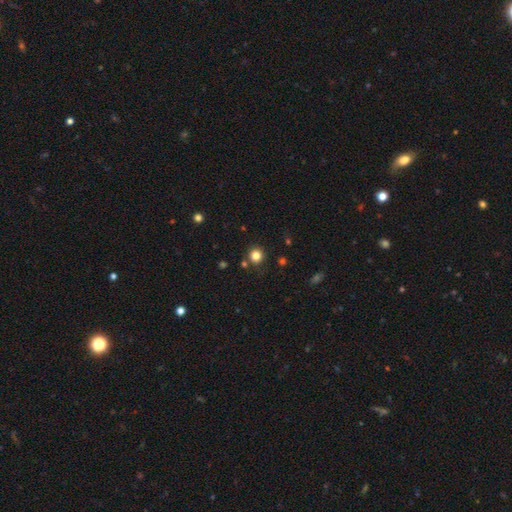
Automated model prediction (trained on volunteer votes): A smooth galaxy with no disk features (83%) that is round (93%). Merging: none (86%).